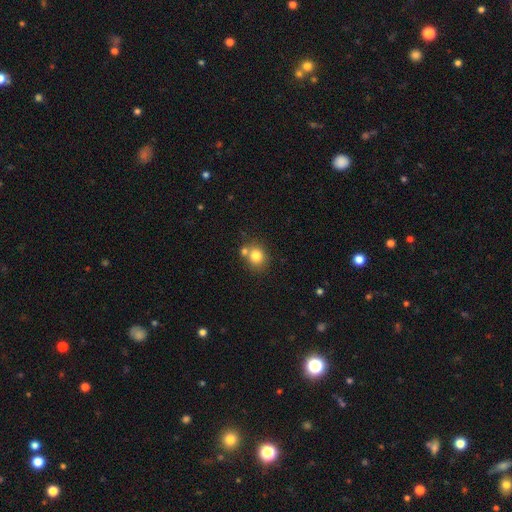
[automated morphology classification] smooth-or-featured: smooth: 80% | star or artifact: 11% | featured or disk: 9%
  how-rounded: round: 79% | in between: 20% | cigar-shaped: 1%
  merging: none: 60% | merger: 26% | minor disturbance: 11% | major disturbance: 3%